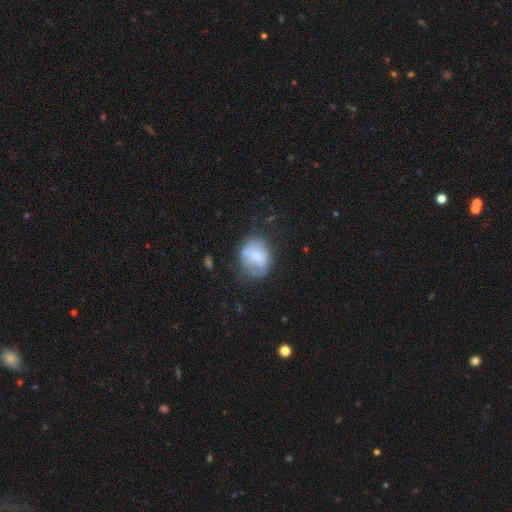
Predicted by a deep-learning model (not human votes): smooth-or-featured: smooth: 60% | featured or disk: 31% | star or artifact: 9%
  how-rounded: in between: 51% | round: 48% | cigar-shaped: 1%
  merging: none: 48% | minor disturbance: 28% | major disturbance: 18% | merger: 7%